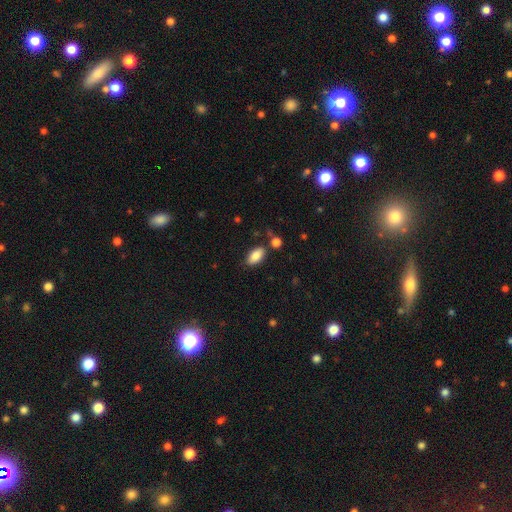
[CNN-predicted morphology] Smooth or featured?
  - smooth: 87% *
  - star or artifact: 7%
  - featured or disk: 6%
How rounded?
  - in between: 92% *
  - cigar-shaped: 4%
  - round: 3%
Merging?
  - none: 78% *
  - minor disturbance: 13%
  - merger: 5%
  - major disturbance: 3%